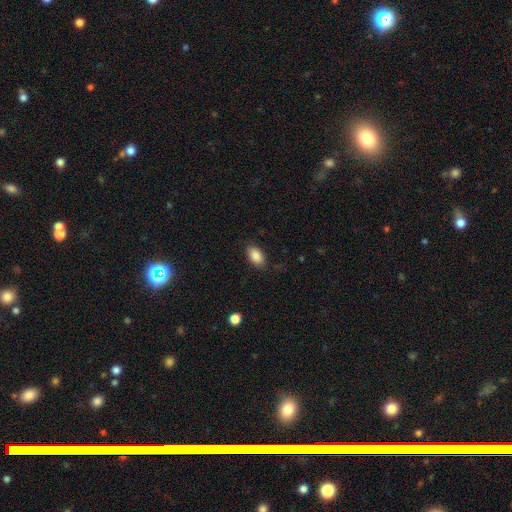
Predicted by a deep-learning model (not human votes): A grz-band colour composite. It shows a smooth galaxy with no disk features (88%) that is in between round and cigar-shaped (93%). Merging: none (85%).